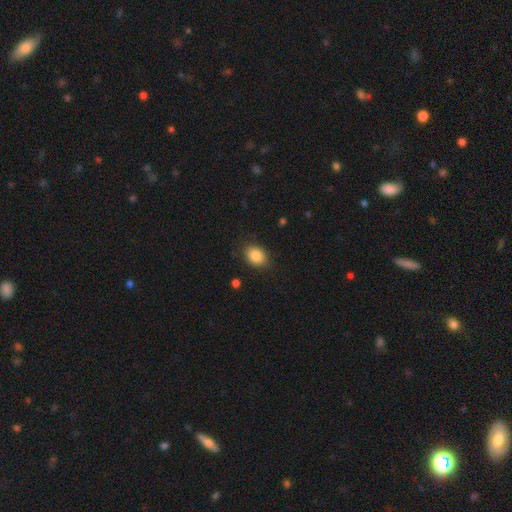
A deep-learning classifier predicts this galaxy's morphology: smooth 85%, star or artifact 9%, featured or disk 6%. Down the decision tree: how rounded — in between (63%); merging — none (86%).